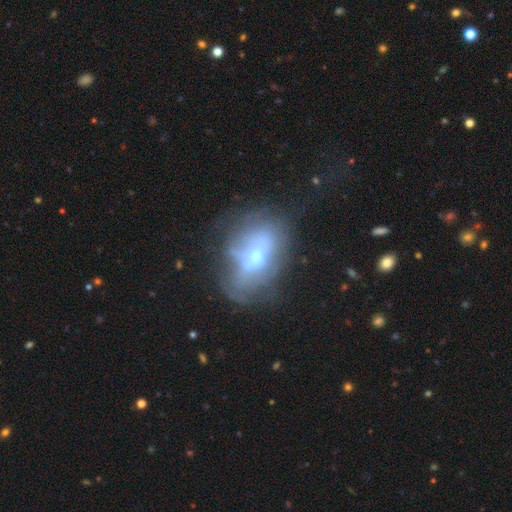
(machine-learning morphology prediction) A featured or disk galaxy (53%).

Vote fractions:
- Smooth or featured? featured or disk: 53% / smooth: 36% / star or artifact: 12%
- Edge-on disk? no: 91% / yes: 9%
- Merging? none: 40% / minor disturbance: 26% / major disturbance: 25% / merger: 9%